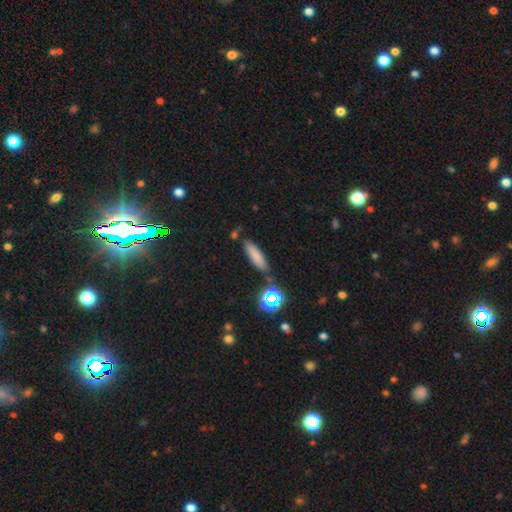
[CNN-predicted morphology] Q: Smooth or featured?
A: smooth (77%); runner-up: star or artifact (13%)
Q: How rounded?
A: cigar-shaped (72%); runner-up: in between (25%)
Q: Merging?
A: none (79%); runner-up: minor disturbance (12%)